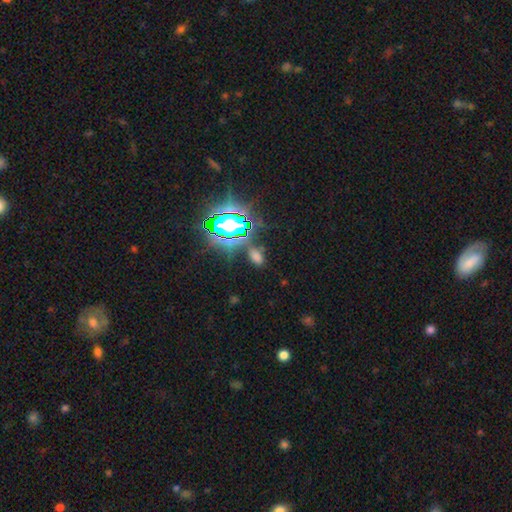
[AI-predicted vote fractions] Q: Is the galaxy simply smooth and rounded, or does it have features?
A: smooth — 46%.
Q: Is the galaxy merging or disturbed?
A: none — 72%.